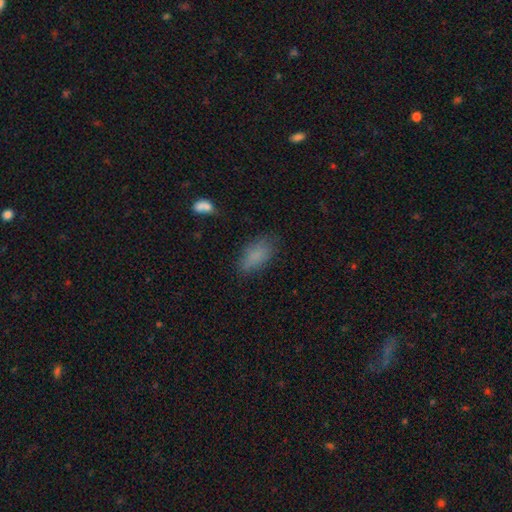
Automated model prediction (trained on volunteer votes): A smooth galaxy with no disk features (82%) that is in between round and cigar-shaped (88%). Merging: none (71%).